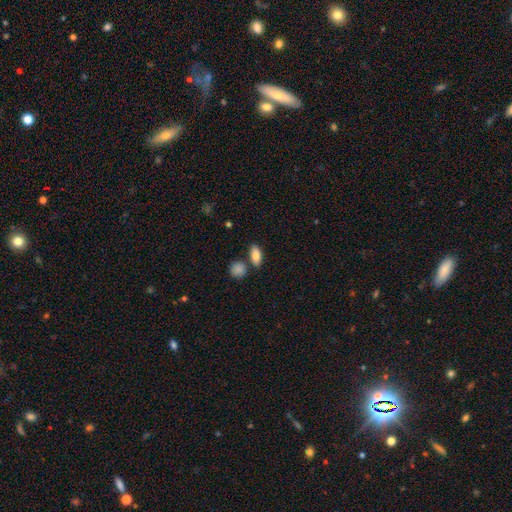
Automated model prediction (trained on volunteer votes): A smooth galaxy with no disk features (83%) that is in between round and cigar-shaped (84%).

Vote fractions:
- Smooth or featured? smooth: 83% / featured or disk: 10% / star or artifact: 7%
- How rounded? in between: 84% / cigar-shaped: 10% / round: 6%
- Merging? none: 75% / minor disturbance: 12% / merger: 11% / major disturbance: 3%